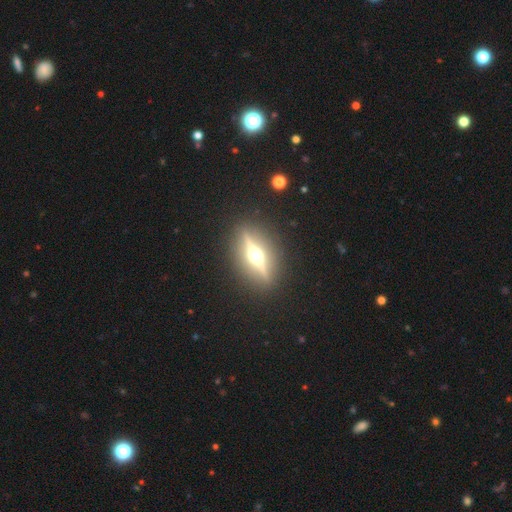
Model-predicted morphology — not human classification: smooth-or-featured: featured or disk: 82% | smooth: 11% | star or artifact: 8%
  disk-edge-on: yes: 94% | no: 6%
    edge-on-bulge: rounded: 96% | boxy: 2% | none: 1%
  merging: none: 90% | minor disturbance: 6% | major disturbance: 3% | merger: 1%